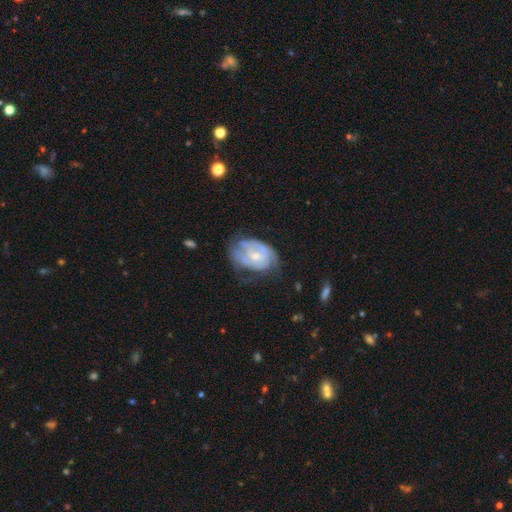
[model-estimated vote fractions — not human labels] smooth-or-featured: featured or disk: 67% | smooth: 26% | star or artifact: 7%
  disk-edge-on: no: 97% | yes: 3%
    bar: no: 70% | weak: 26% | strong: 4%
    has-spiral-arms: yes: 69% | no: 31%
    bulge-size: small: 55% | moderate: 38% | none: 5% | large: 2% | dominant: 1%
  merging: none: 46% | minor disturbance: 31% | major disturbance: 20% | merger: 3%